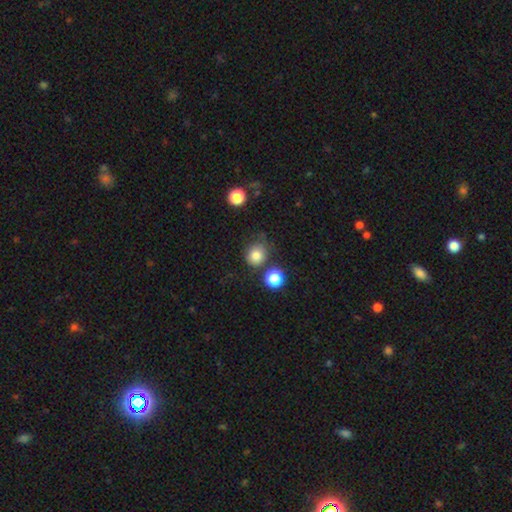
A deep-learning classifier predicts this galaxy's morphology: This is clearly a smooth galaxy (81%). How rounded: clearly round (81%). Merging: likely none (70%).